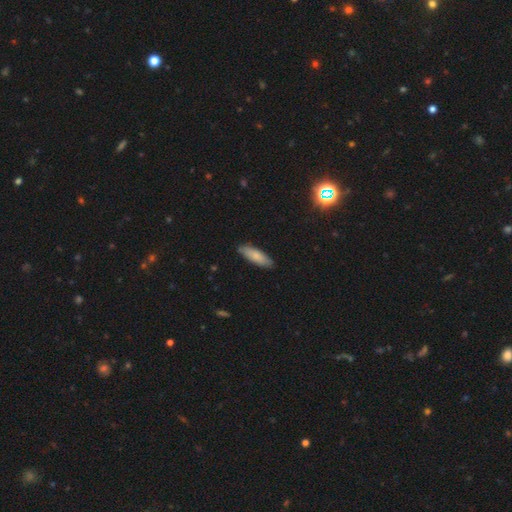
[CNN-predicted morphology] This is clearly a smooth galaxy (81%). How rounded: possibly cigar-shaped (52%). Merging: clearly none (87%).